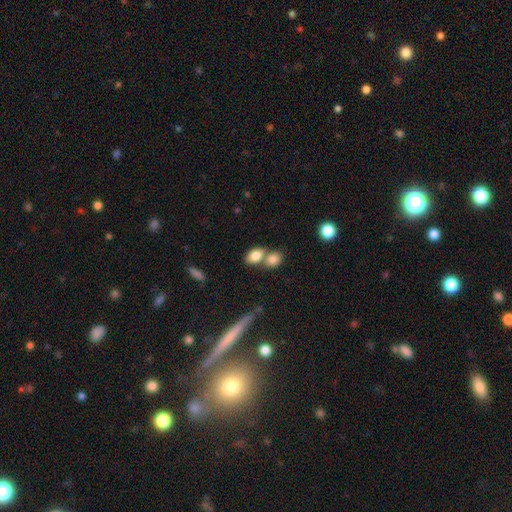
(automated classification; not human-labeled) This appears to be a smooth galaxy with no disk features (81%) that is in between round and cigar-shaped (76%). Merging: merger (49%).